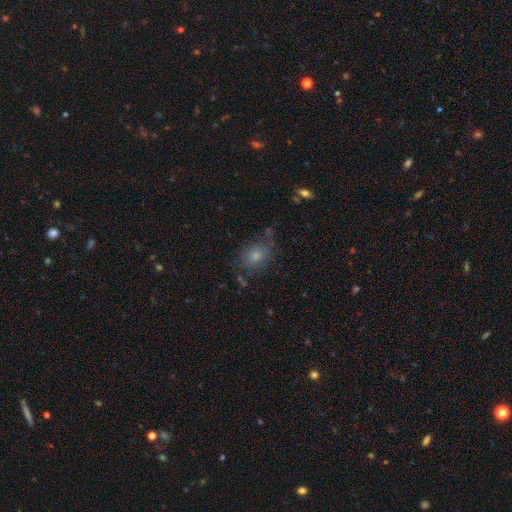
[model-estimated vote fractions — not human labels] Smooth or featured? Predicted: smooth (p=0.72). How rounded? Predicted: in between (p=0.63). Merging? Predicted: none (p=0.61).